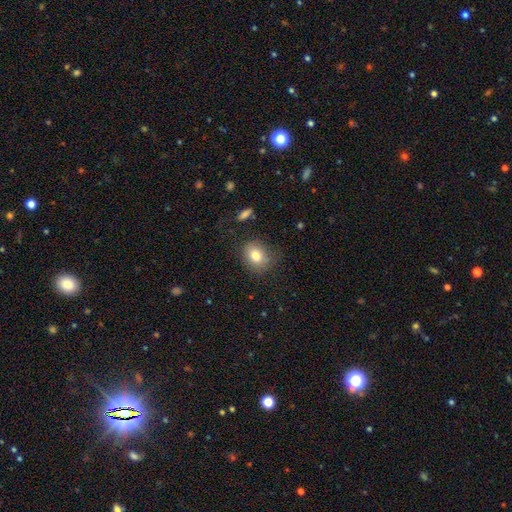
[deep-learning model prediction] Smooth or featured? smooth (79%)
How rounded? round (54%)
Merging? none (78%)